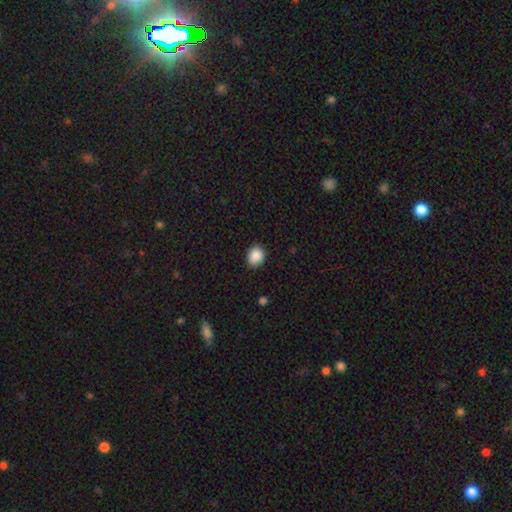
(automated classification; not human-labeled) smooth 88%, star or artifact 9%, featured or disk 3%. Down the decision tree: how rounded — round (54%); merging — none (86%).